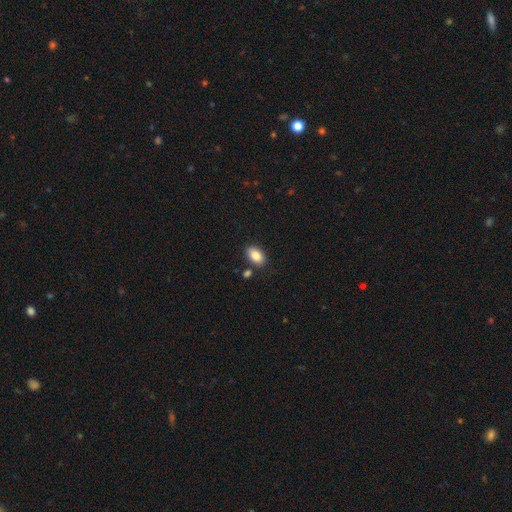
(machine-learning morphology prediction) smooth 86%, star or artifact 8%, featured or disk 6%. Down the decision tree: how rounded — in between (90%); merging — none (81%).